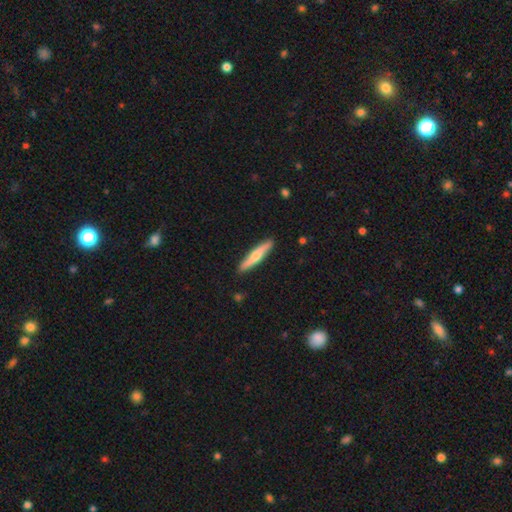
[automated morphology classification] Q: Smooth or featured?
A: smooth (49%); runner-up: featured or disk (46%)
Q: Merging?
A: none (90%); runner-up: minor disturbance (8%)